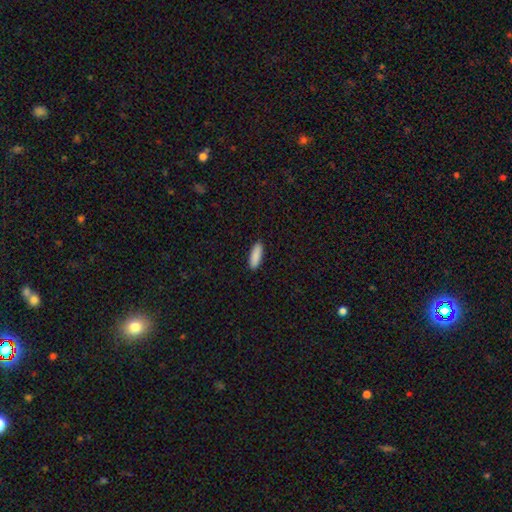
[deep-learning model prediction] Q: Smooth or featured?
A: smooth (90%); runner-up: star or artifact (6%)
Q: How rounded?
A: in between (54%); runner-up: cigar-shaped (44%)
Q: Merging?
A: none (91%); runner-up: minor disturbance (6%)